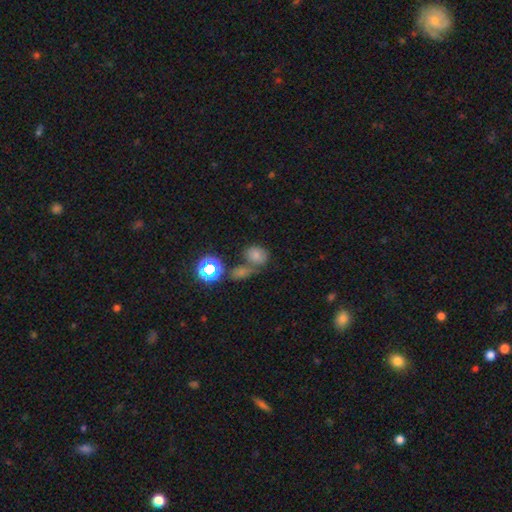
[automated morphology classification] Smooth or featured? smooth (69%)
How rounded? round (50%)
Merging? none (46%)